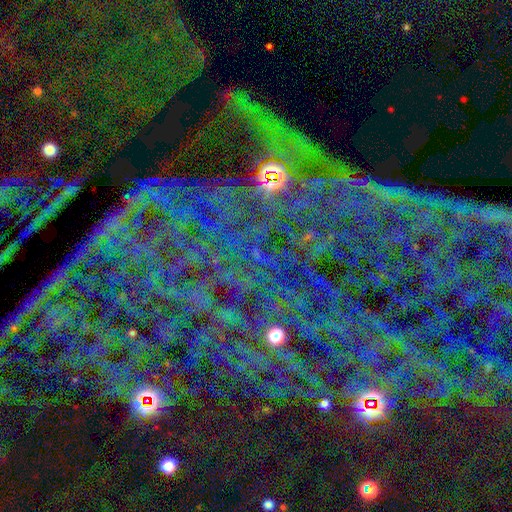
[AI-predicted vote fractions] smooth_or_featured: star or artifact (p=0.81) [alt: featured or disk p=0.10]